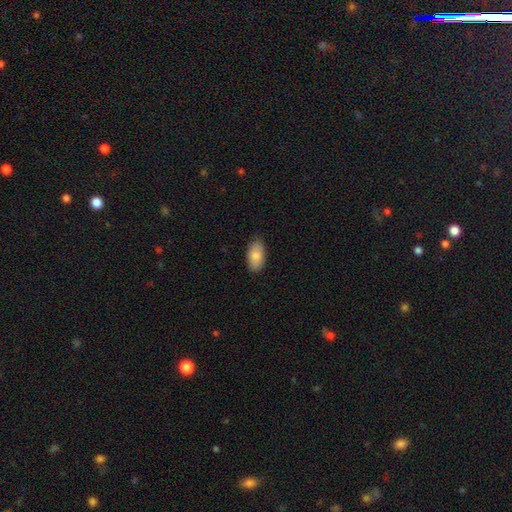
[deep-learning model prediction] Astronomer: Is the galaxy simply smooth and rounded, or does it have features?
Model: smooth — 85%.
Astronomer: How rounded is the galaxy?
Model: in between — 94%.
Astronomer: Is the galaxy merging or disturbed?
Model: none — 85%.